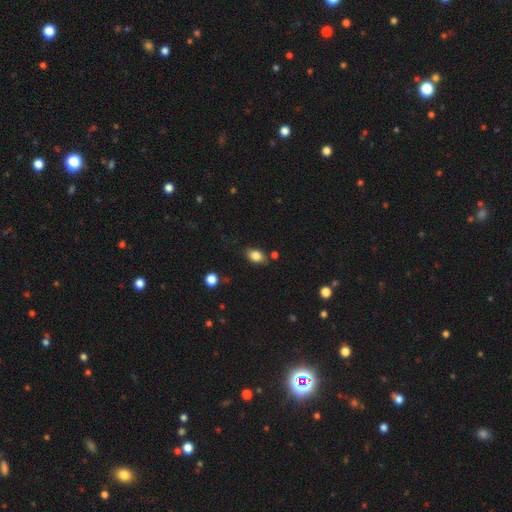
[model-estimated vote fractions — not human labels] Smooth or featured? Predicted: smooth (p=0.83). How rounded? Predicted: in between (p=0.82). Merging? Predicted: none (p=0.79).